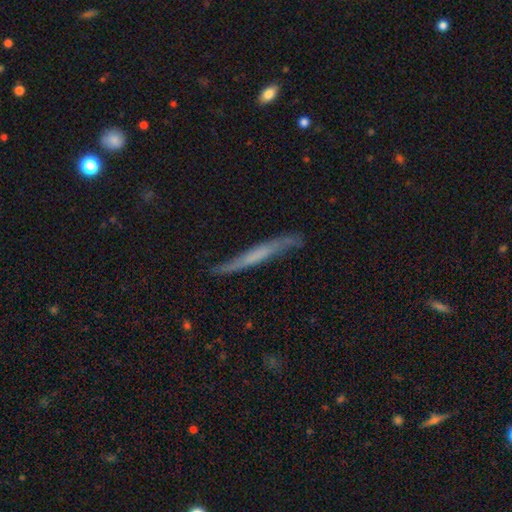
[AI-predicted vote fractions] Smooth or featured? Predicted: featured or disk (p=0.55). Edge-on disk? Predicted: yes (p=0.81). Merging? Predicted: none (p=0.70).